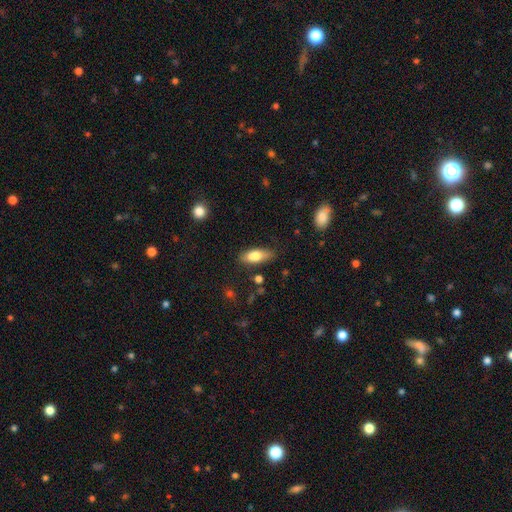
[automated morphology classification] Q: Smooth or featured?
A: smooth (79%); runner-up: featured or disk (14%)
Q: How rounded?
A: in between (78%); runner-up: cigar-shaped (19%)
Q: Merging?
A: none (73%); runner-up: minor disturbance (20%)